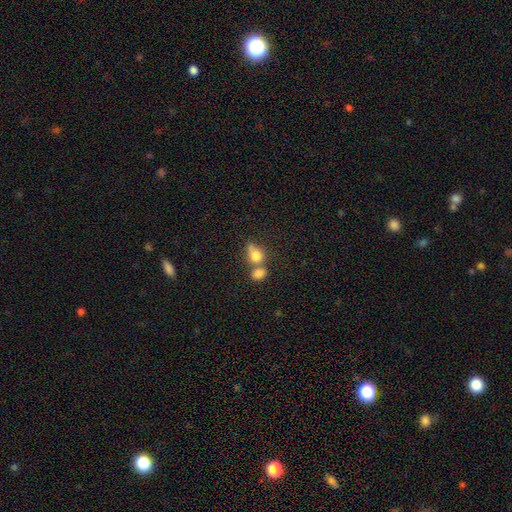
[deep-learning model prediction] Q: Smooth or featured?
A: smooth (78%); runner-up: featured or disk (12%)
Q: How rounded?
A: round (51%); runner-up: in between (47%)
Q: Merging?
A: merger (55%); runner-up: none (29%)